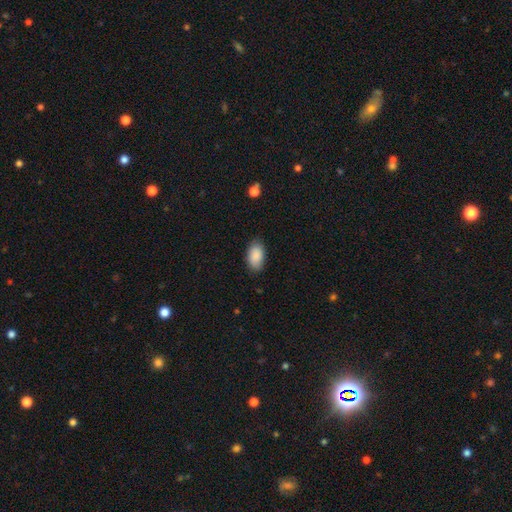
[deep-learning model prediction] Smooth or featured? smooth (88%)
How rounded? in between (94%)
Merging? none (82%)